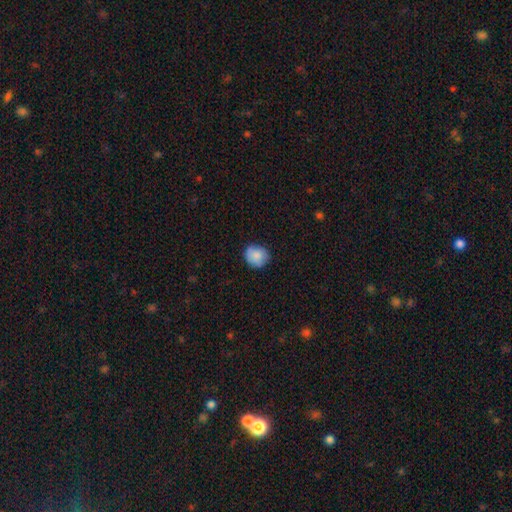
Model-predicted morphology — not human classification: smooth_or_featured: smooth (p=0.85) [alt: featured or disk p=0.08]
how_rounded: round (p=0.77) [alt: in between p=0.22]
merging: none (p=0.78) [alt: minor disturbance p=0.18]